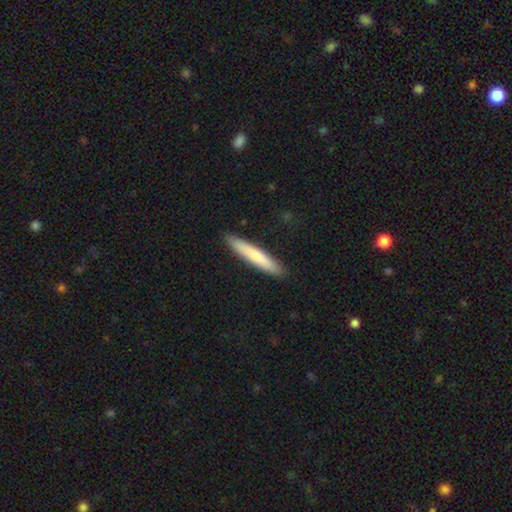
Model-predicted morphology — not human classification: Smooth or featured?
  - smooth: 74% *
  - featured or disk: 21%
  - star or artifact: 5%
How rounded?
  - cigar-shaped: 92% *
  - in between: 6%
  - round: 1%
Merging?
  - none: 90% *
  - minor disturbance: 8%
  - major disturbance: 1%
  - merger: 1%